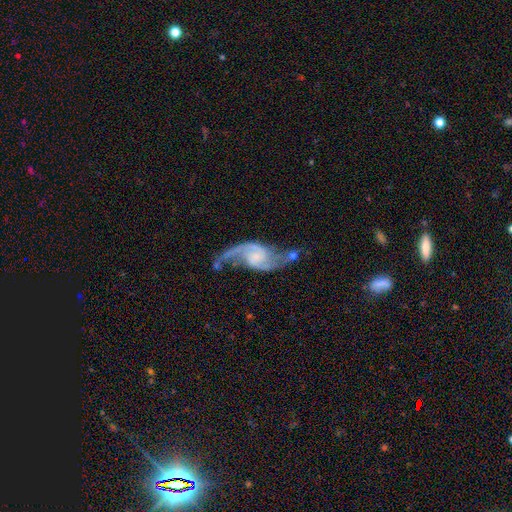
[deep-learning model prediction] This appears to be a featured or disk galaxy (91%) with no bar (52%), 2 (93%) loose (62%) spiral arms (97%) and a small central bulge (62%). Merging: none (52%).